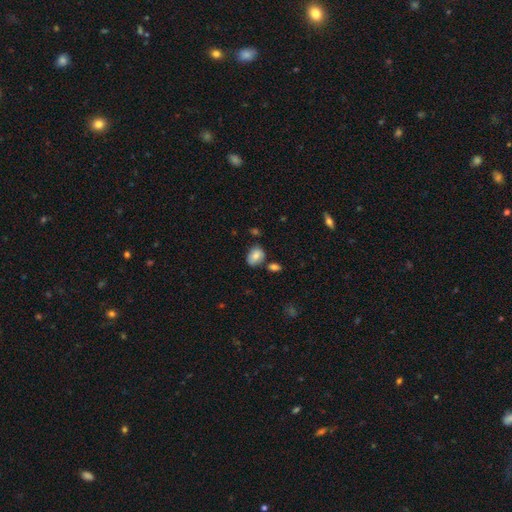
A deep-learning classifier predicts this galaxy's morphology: smooth_or_featured: smooth (p=0.80) [alt: featured or disk p=0.12]
how_rounded: in between (p=0.76) [alt: round p=0.23]
merging: none (p=0.67) [alt: minor disturbance p=0.19]